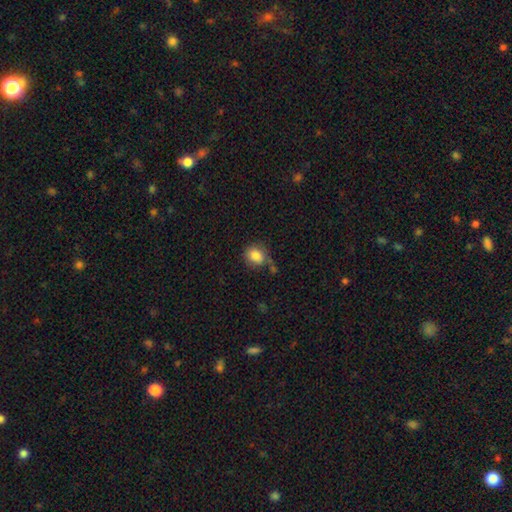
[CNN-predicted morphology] This is clearly a smooth galaxy (85%). How rounded: likely round (73%). Merging: likely none (65%).